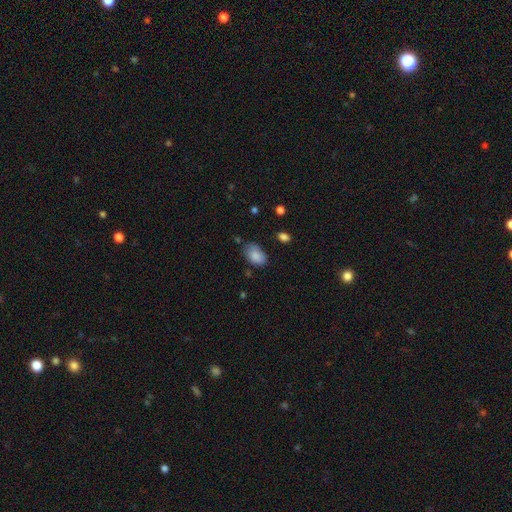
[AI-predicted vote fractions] A smooth galaxy with no disk features (84%) that is in between round and cigar-shaped (89%).

Vote fractions:
- Smooth or featured? smooth: 84% / featured or disk: 8% / star or artifact: 8%
- How rounded? in between: 89% / round: 10% / cigar-shaped: 1%
- Merging? none: 67% / minor disturbance: 25% / major disturbance: 5% / merger: 3%